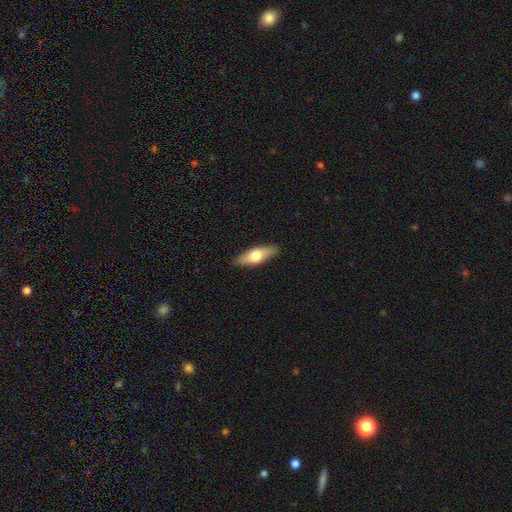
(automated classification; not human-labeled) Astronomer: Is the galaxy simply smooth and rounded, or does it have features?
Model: smooth — 62%.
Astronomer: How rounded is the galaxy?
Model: in between — 62%.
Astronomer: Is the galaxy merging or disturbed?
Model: none — 87%.